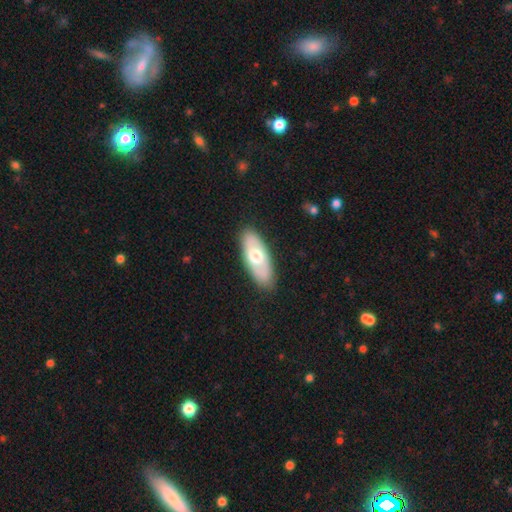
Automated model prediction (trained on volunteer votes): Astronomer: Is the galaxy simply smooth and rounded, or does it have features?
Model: smooth — 55% (runner-up: featured or disk, 40%).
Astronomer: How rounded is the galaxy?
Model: in between — 82%.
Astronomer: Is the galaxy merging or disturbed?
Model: none — 87%.